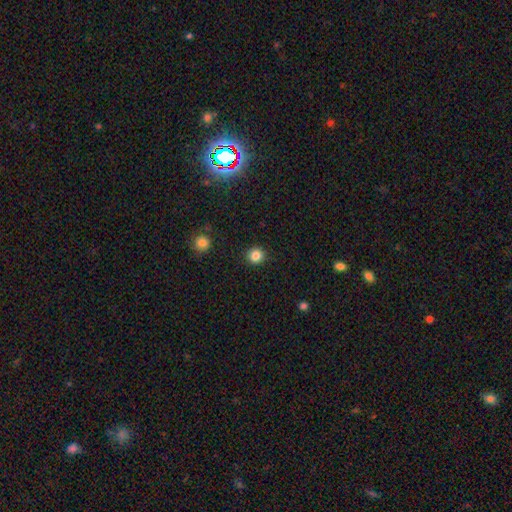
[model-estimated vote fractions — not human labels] Q: Smooth or featured?
A: smooth (84%); runner-up: star or artifact (12%)
Q: How rounded?
A: round (93%); runner-up: in between (6%)
Q: Merging?
A: none (92%); runner-up: minor disturbance (5%)